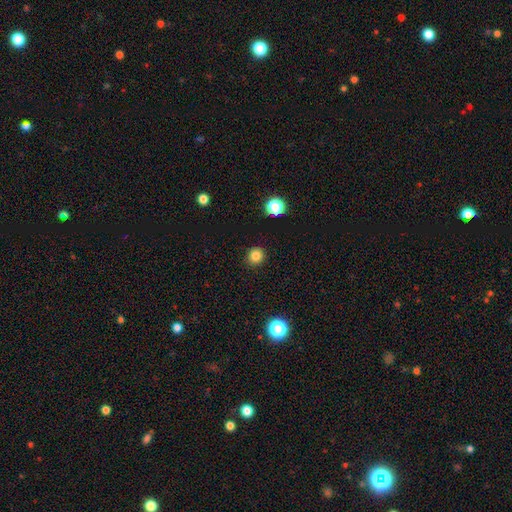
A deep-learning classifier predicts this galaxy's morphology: Q: Smooth or featured?
A: smooth (83%); runner-up: star or artifact (13%)
Q: How rounded?
A: round (91%); runner-up: in between (8%)
Q: Merging?
A: none (91%); runner-up: minor disturbance (6%)